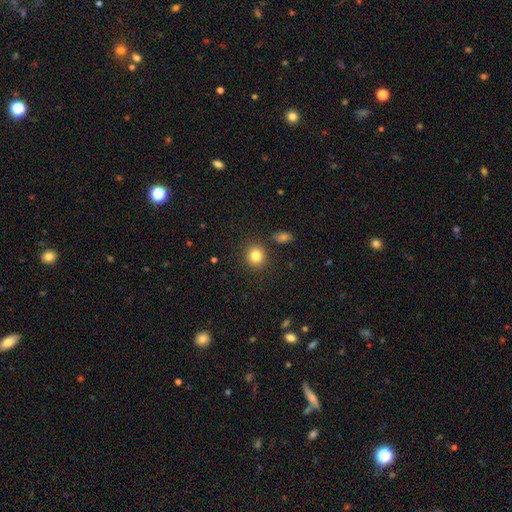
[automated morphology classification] smooth_or_featured: smooth (p=0.83) [alt: star or artifact p=0.11]
how_rounded: round (p=0.85) [alt: in between p=0.14]
merging: none (p=0.86) [alt: minor disturbance p=0.07]